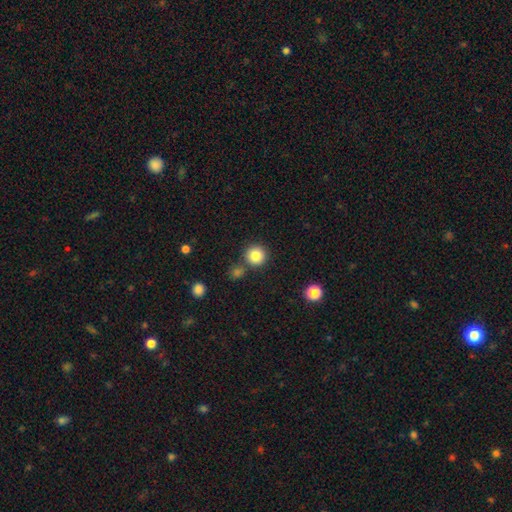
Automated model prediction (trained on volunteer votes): This appears to be a smooth galaxy with no disk features (84%) that is round (94%). Merging: none (81%).